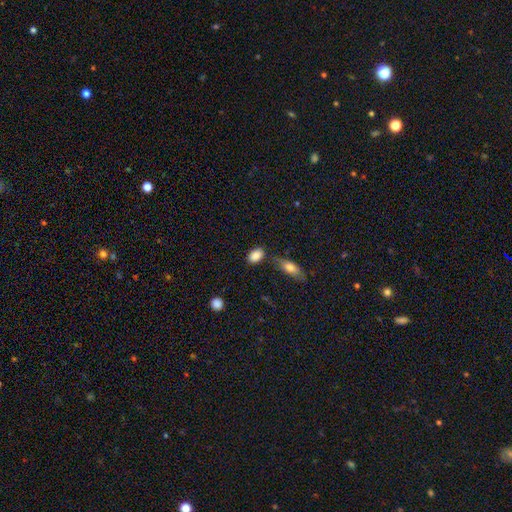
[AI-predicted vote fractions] Smooth or featured? Predicted: smooth (p=0.87). How rounded? Predicted: in between (p=0.83). Merging? Predicted: none (p=0.69).